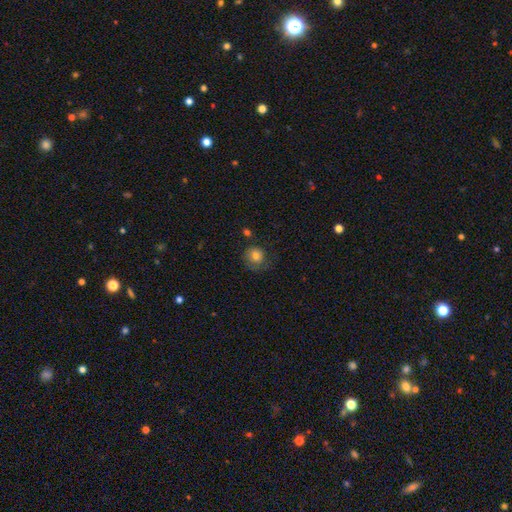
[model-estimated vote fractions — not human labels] smooth_or_featured: smooth (p=0.77) [alt: featured or disk p=0.13]
how_rounded: round (p=0.82) [alt: in between p=0.17]
merging: none (p=0.57) [alt: minor disturbance p=0.24]